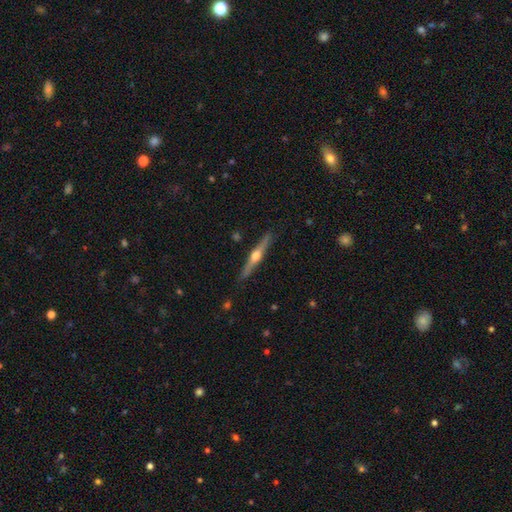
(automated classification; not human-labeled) smooth_or_featured: featured or disk (p=0.74) [alt: smooth p=0.21]
disk_edge_on: yes (p=0.98) [alt: no p=0.02]
edge_on_bulge: rounded (p=0.94) [alt: none p=0.03]
merging: none (p=0.89) [alt: minor disturbance p=0.08]